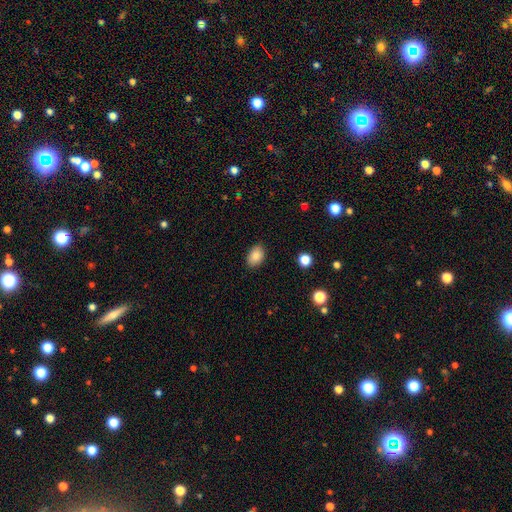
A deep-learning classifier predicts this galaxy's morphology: smooth_or_featured: smooth (p=0.86) [alt: star or artifact p=0.08]
how_rounded: in between (p=0.84) [alt: round p=0.14]
merging: none (p=0.85) [alt: minor disturbance p=0.11]